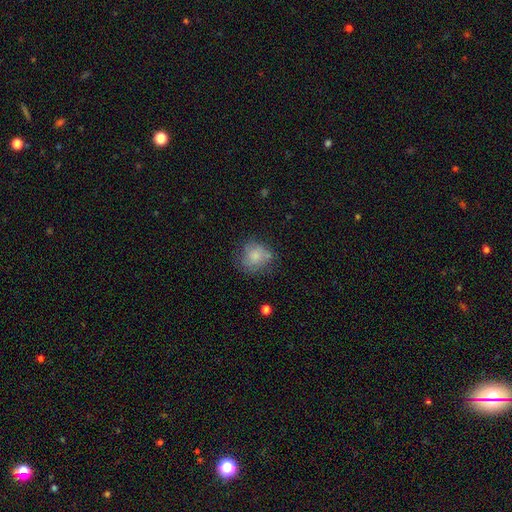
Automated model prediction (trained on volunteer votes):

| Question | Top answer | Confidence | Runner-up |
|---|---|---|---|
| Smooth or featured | smooth | 62% | featured or disk (28%) |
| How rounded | round | 76% | in between (23%) |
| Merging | none | 58% | minor disturbance (26%) |